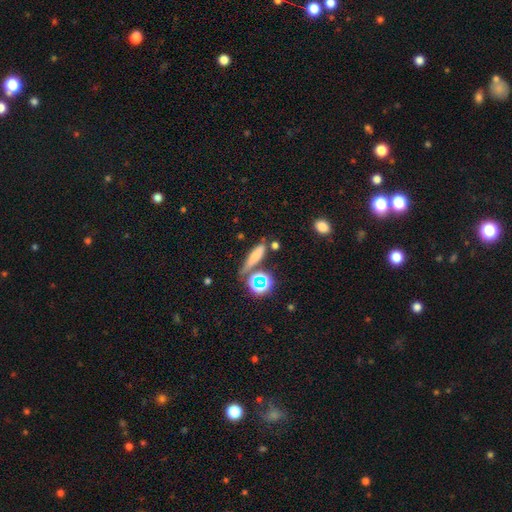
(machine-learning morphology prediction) Smooth or featured: smooth — 65% (star or artifact — 19%)
How rounded: cigar-shaped — 65% (in between — 24%)
Merging: none — 64% (minor disturbance — 16%)